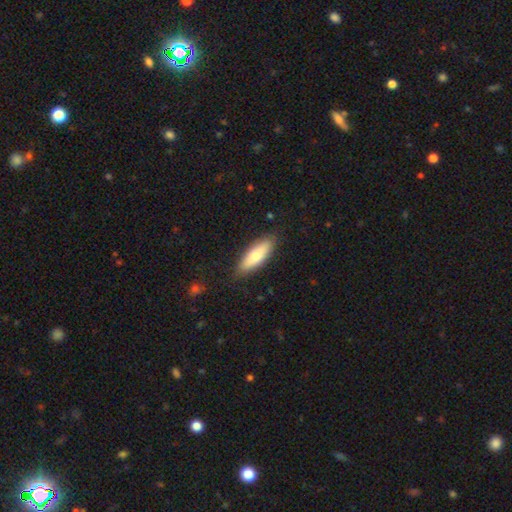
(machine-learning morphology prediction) Q: Smooth or featured?
A: smooth (73%); runner-up: featured or disk (21%)
Q: How rounded?
A: in between (57%); runner-up: cigar-shaped (41%)
Q: Merging?
A: none (85%); runner-up: minor disturbance (12%)